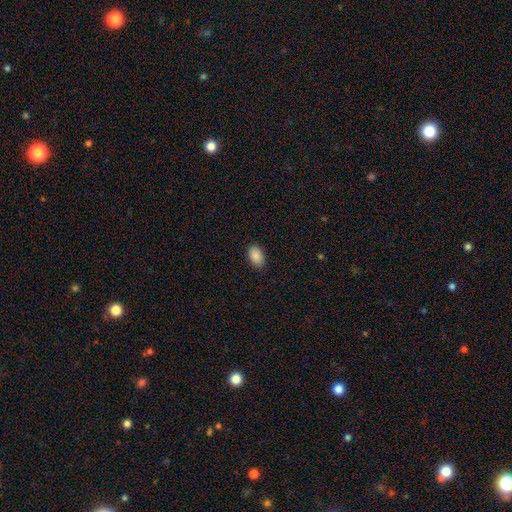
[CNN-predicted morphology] smooth_or_featured: smooth (p=0.89) [alt: star or artifact p=0.07]
how_rounded: in between (p=0.92) [alt: round p=0.07]
merging: none (p=0.87) [alt: minor disturbance p=0.10]